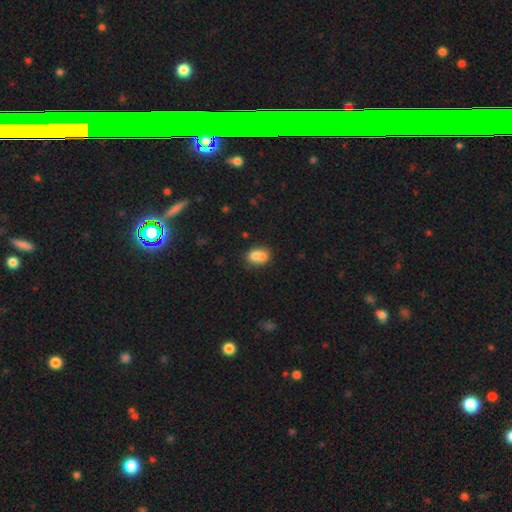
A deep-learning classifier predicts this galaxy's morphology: smooth-or-featured: smooth: 72% | featured or disk: 18% | star or artifact: 9%
  how-rounded: in between: 59% | round: 40% | cigar-shaped: 1%
  merging: merger: 58% | none: 27% | minor disturbance: 10% | major disturbance: 4%